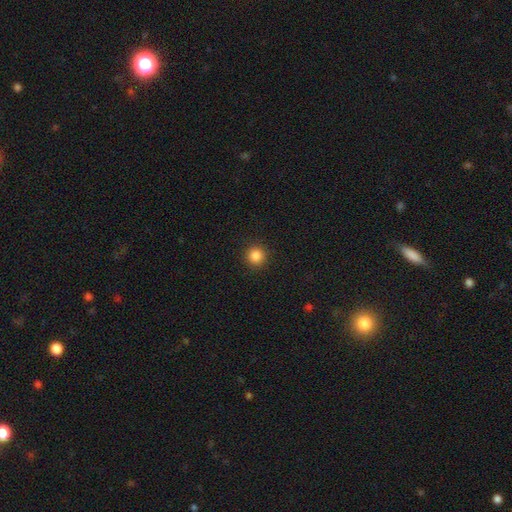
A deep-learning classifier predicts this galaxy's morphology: A smooth galaxy with no disk features (85%) that is round (95%). Merging: none (92%).